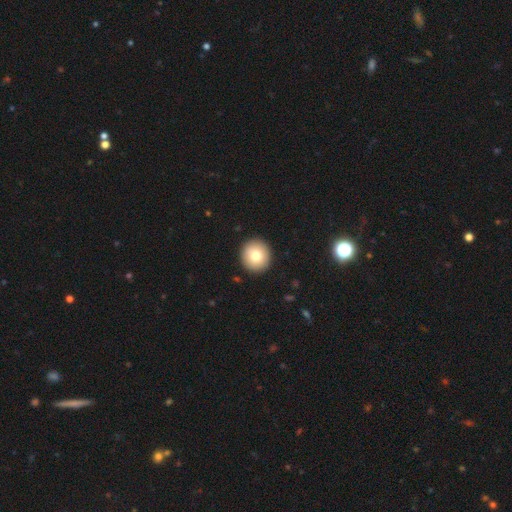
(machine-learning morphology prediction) type=smooth (76%); roundness=round (93%); merging=none (92%).